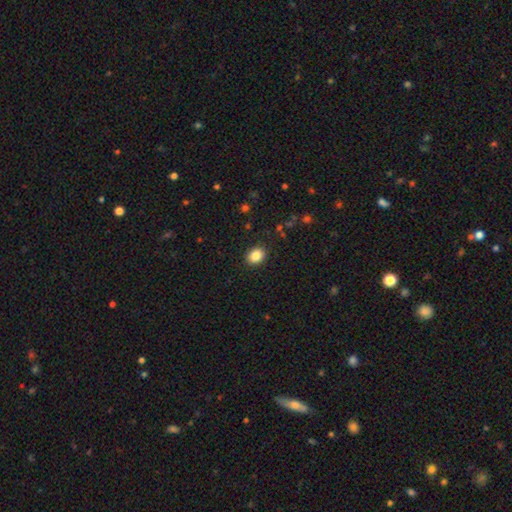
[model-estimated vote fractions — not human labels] Smooth or featured?
  - smooth: 86% *
  - star or artifact: 9%
  - featured or disk: 5%
How rounded?
  - in between: 58% *
  - round: 42%
  - cigar-shaped: 1%
Merging?
  - none: 90% *
  - minor disturbance: 7%
  - major disturbance: 2%
  - merger: 1%